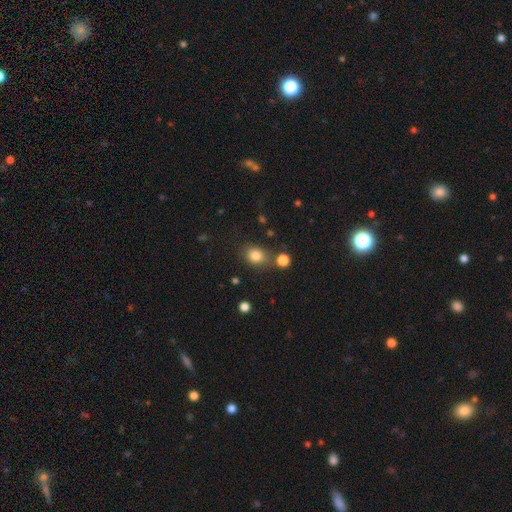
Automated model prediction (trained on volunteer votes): This is clearly a smooth galaxy (82%). How rounded: possibly round (53%). Merging: likely none (70%).